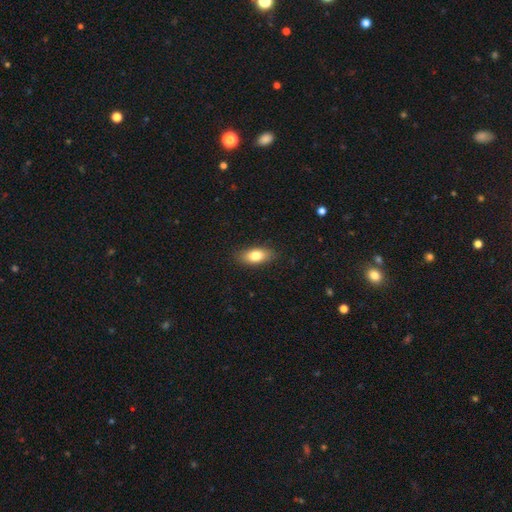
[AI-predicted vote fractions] Smooth or featured?
  - smooth: 80% *
  - featured or disk: 13%
  - star or artifact: 7%
How rounded?
  - in between: 86% *
  - cigar-shaped: 10%
  - round: 5%
Merging?
  - none: 87% *
  - minor disturbance: 10%
  - major disturbance: 2%
  - merger: 1%